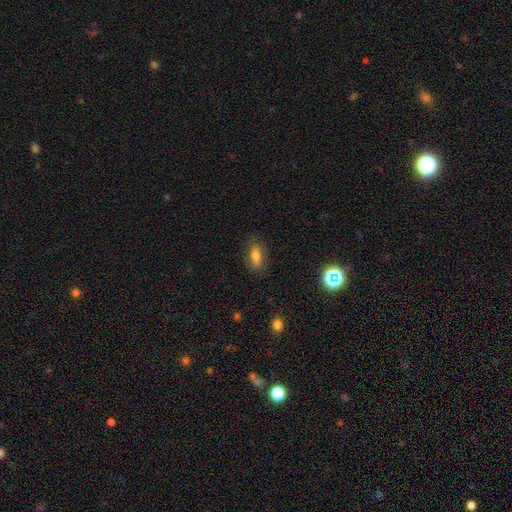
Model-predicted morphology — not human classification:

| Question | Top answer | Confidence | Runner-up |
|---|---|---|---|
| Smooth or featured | smooth | 65% | featured or disk (25%) |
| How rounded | in between | 69% | cigar-shaped (25%) |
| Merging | none | 78% | minor disturbance (16%) |